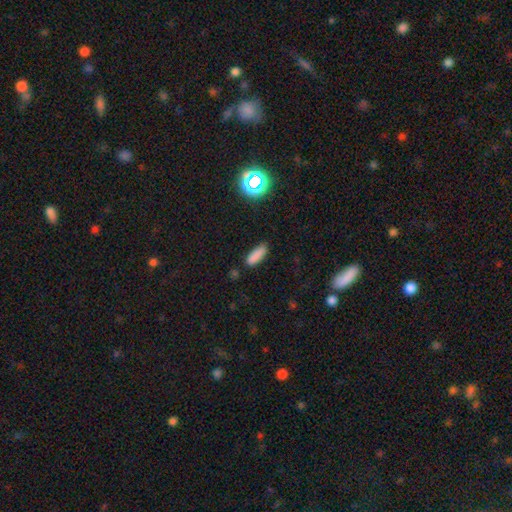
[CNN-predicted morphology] Smooth or featured? smooth (84%)
How rounded? in between (60%)
Merging? none (79%)